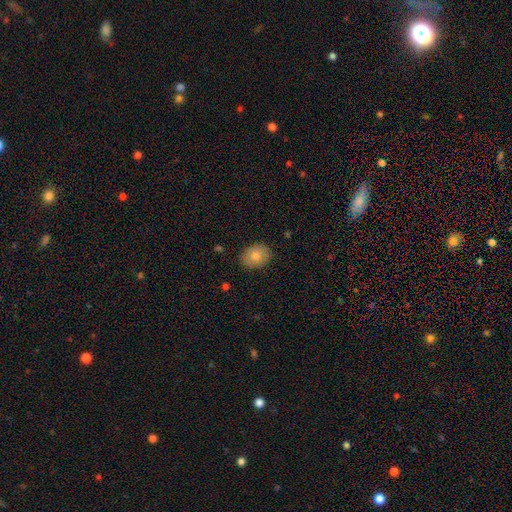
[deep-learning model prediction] Smooth or featured?
  - smooth: 79% *
  - featured or disk: 13%
  - star or artifact: 8%
How rounded?
  - in between: 61% *
  - round: 38%
  - cigar-shaped: 1%
Merging?
  - none: 86% *
  - minor disturbance: 11%
  - major disturbance: 2%
  - merger: 1%